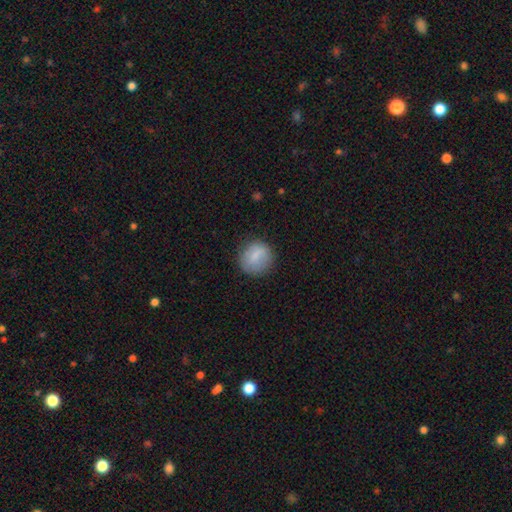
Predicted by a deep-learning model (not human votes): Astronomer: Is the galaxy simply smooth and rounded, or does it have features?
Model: smooth — 79%.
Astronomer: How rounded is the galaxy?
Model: round — 85%.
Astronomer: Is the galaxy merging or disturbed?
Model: none — 79%.